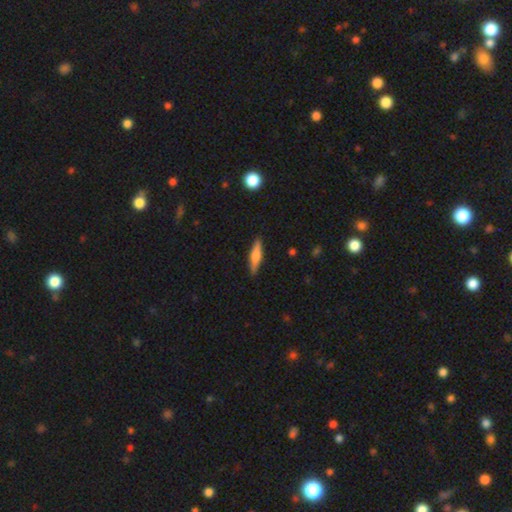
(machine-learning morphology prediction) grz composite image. It shows a smooth galaxy with no disk features (52%) that is cigar-shaped (80%). Merging: none (88%).